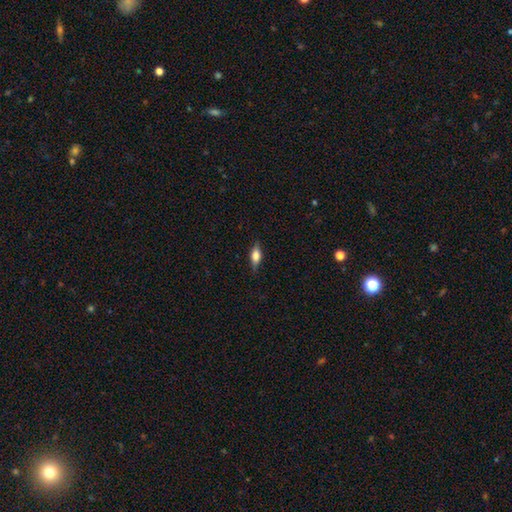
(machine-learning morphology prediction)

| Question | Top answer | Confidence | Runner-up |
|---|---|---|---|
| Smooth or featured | smooth | 53% | featured or disk (39%) |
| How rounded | in between | 64% | cigar-shaped (31%) |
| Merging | none | 82% | minor disturbance (14%) |